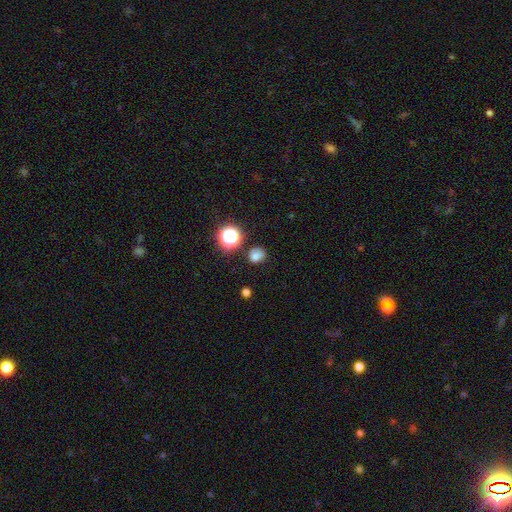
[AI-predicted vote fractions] Overall: smooth (74%). How rounded: round (70%). Merging: none (73%).